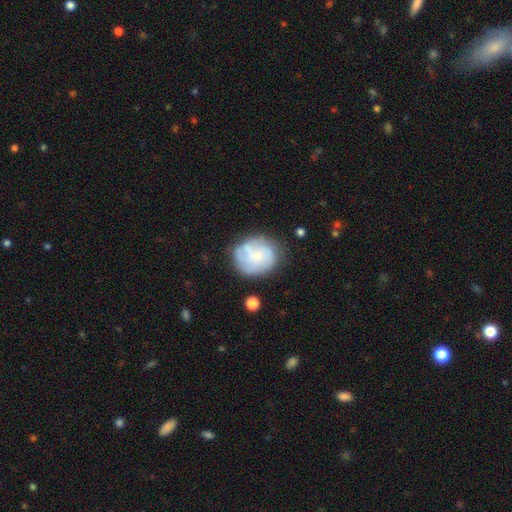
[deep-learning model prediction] The model was most divided on "smooth or featured": featured or disk: 50%, smooth: 43%, star or artifact: 8%. More confident: merging — none (66%).